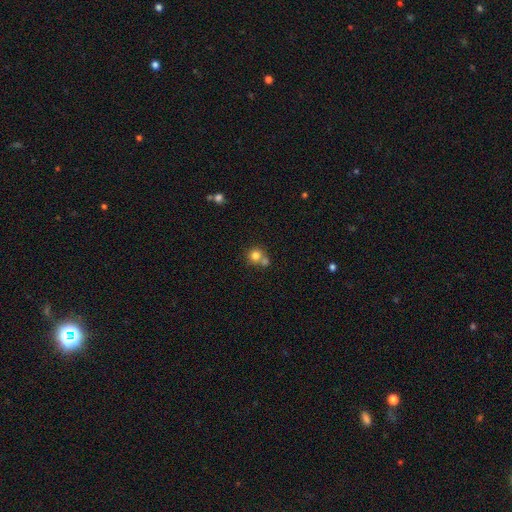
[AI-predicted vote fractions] smooth_or_featured: smooth (p=0.78) [alt: star or artifact p=0.12]
how_rounded: round (p=0.87) [alt: in between p=0.12]
merging: none (p=0.48) [alt: merger p=0.40]